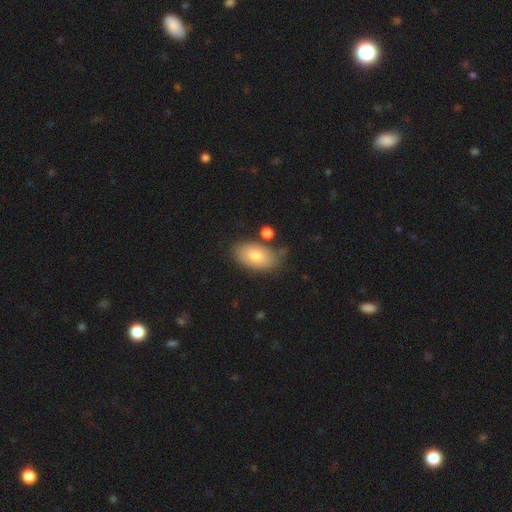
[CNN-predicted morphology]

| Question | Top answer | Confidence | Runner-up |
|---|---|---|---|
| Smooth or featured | smooth | 77% | featured or disk (16%) |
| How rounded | in between | 92% | round (6%) |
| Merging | none | 74% | minor disturbance (16%) |